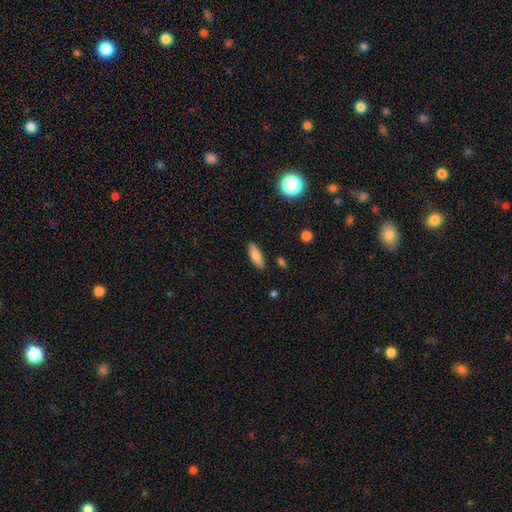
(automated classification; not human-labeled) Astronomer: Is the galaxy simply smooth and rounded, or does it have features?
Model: smooth — 78%.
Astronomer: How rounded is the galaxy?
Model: in between — 57% (runner-up: cigar-shaped, 41%).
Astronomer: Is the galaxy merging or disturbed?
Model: none — 87%.